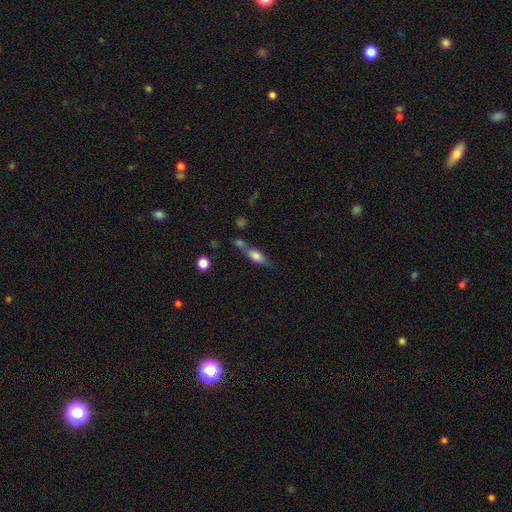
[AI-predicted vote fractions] A smooth galaxy with no disk features (68%) that is in between round and cigar-shaped (66%).

Vote fractions:
- Smooth or featured? smooth: 68% / featured or disk: 23% / star or artifact: 9%
- How rounded? in between: 66% / cigar-shaped: 28% / round: 6%
- Merging? none: 40% / merger: 36% / minor disturbance: 16% / major disturbance: 8%